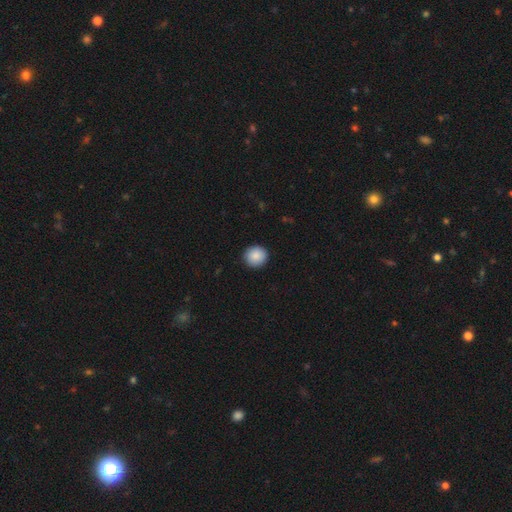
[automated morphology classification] Smooth or featured? smooth (88%)
How rounded? round (91%)
Merging? none (92%)